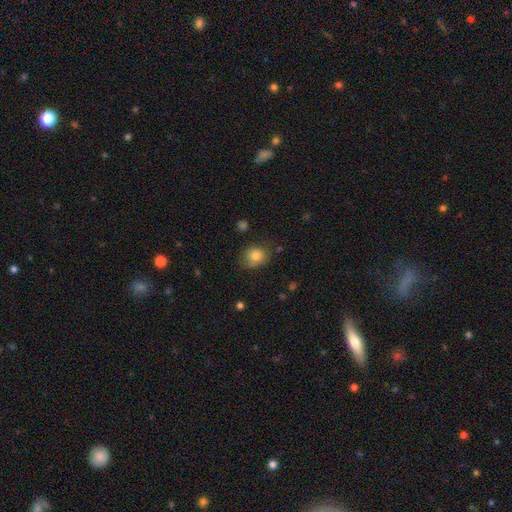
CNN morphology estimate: This is clearly a smooth galaxy (81%). How rounded: likely round (63%). Merging: likely none (68%).